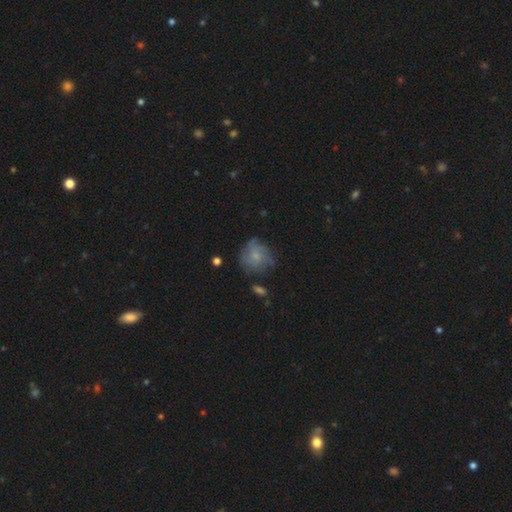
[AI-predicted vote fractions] smooth 47%, featured or disk 43%, star or artifact 10%. Down the decision tree: merging — none (58%).